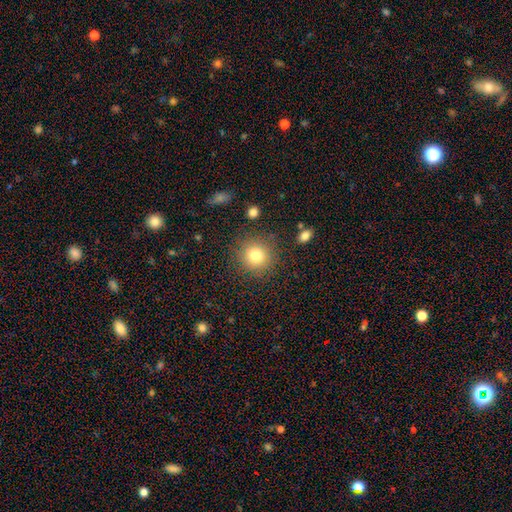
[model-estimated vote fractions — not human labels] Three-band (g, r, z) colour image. It shows a smooth galaxy with no disk features (79%) that is round (92%). Merging: none (86%).